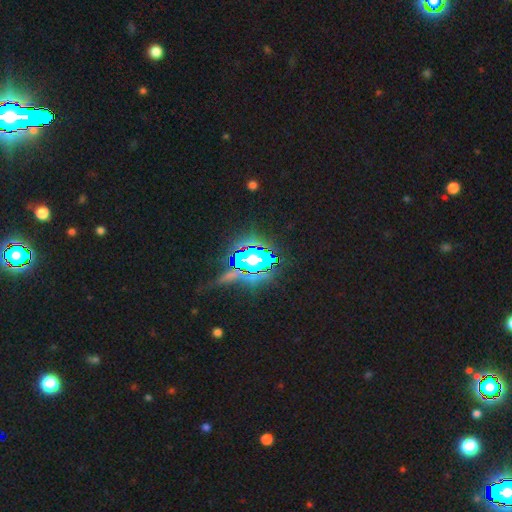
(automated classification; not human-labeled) A star or artifact, not a galaxy (81%).

Vote fractions:
- Smooth or featured? star or artifact: 81% / smooth: 10% / featured or disk: 9%